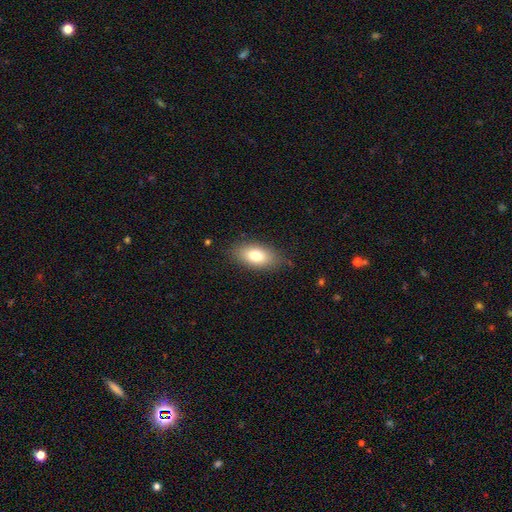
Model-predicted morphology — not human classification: smooth-or-featured: smooth: 78% | featured or disk: 14% | star or artifact: 8%
  how-rounded: in between: 88% | round: 7% | cigar-shaped: 5%
  merging: none: 81% | minor disturbance: 14% | major disturbance: 3% | merger: 1%